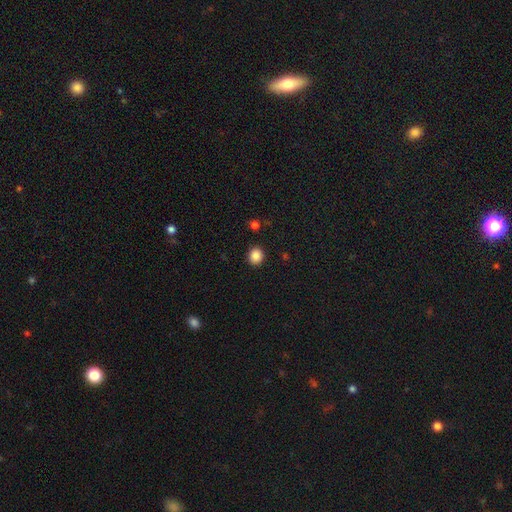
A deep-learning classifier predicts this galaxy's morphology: Smooth or featured? smooth (86%)
How rounded? round (84%)
Merging? none (91%)